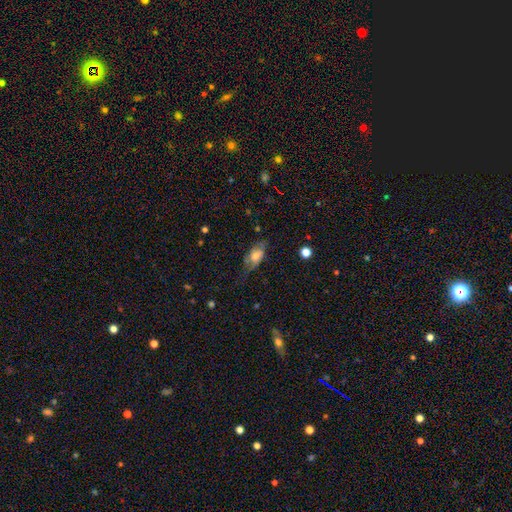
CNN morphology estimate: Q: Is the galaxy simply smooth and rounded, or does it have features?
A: smooth — 52%.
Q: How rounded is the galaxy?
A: in between — 82%.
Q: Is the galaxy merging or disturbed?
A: none — 53%.